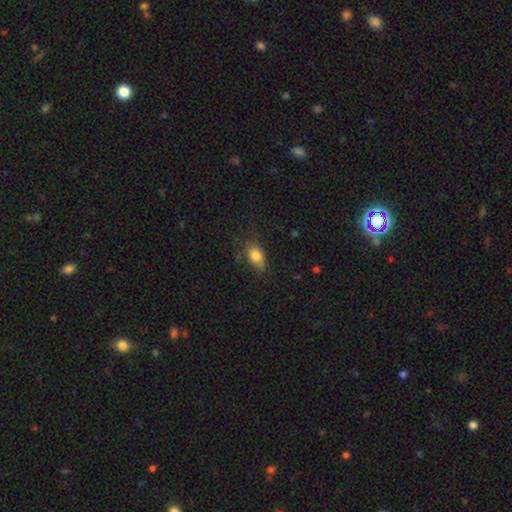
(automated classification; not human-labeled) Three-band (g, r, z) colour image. It shows a smooth galaxy with no disk features (82%) that is in between round and cigar-shaped (85%). Merging: none (67%).